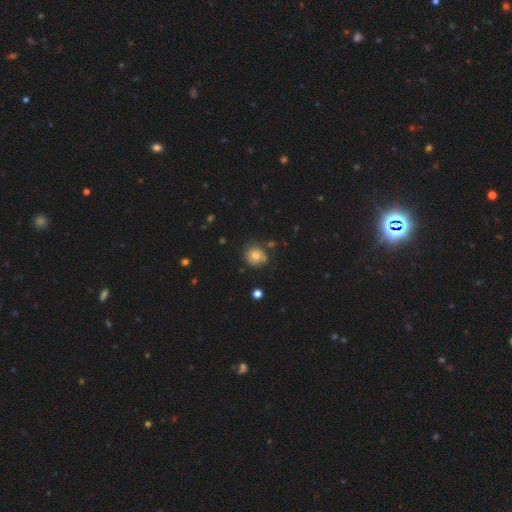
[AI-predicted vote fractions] Q: Smooth or featured?
A: smooth (77%); runner-up: featured or disk (13%)
Q: How rounded?
A: round (85%); runner-up: in between (15%)
Q: Merging?
A: none (73%); runner-up: minor disturbance (19%)